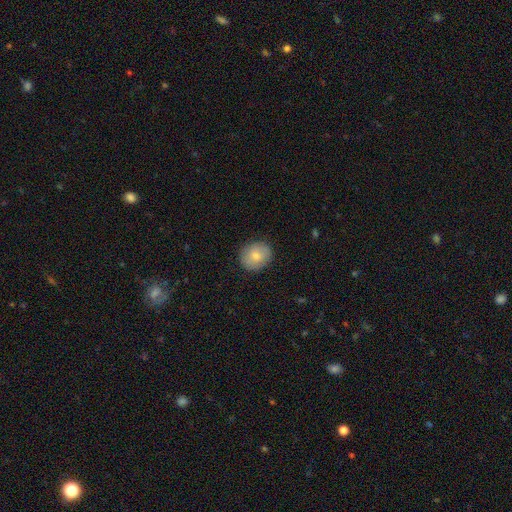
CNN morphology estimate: Q: Smooth or featured?
A: smooth (77%); runner-up: featured or disk (15%)
Q: How rounded?
A: round (71%); runner-up: in between (28%)
Q: Merging?
A: none (87%); runner-up: minor disturbance (10%)